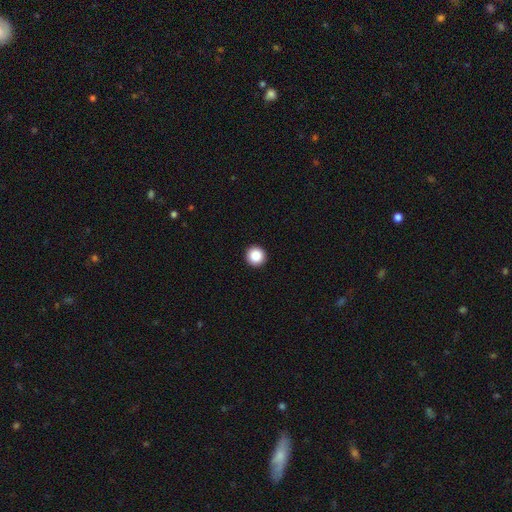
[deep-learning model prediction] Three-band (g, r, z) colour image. It shows a smooth galaxy with no disk features (87%) that is round (96%). Merging: none (94%).